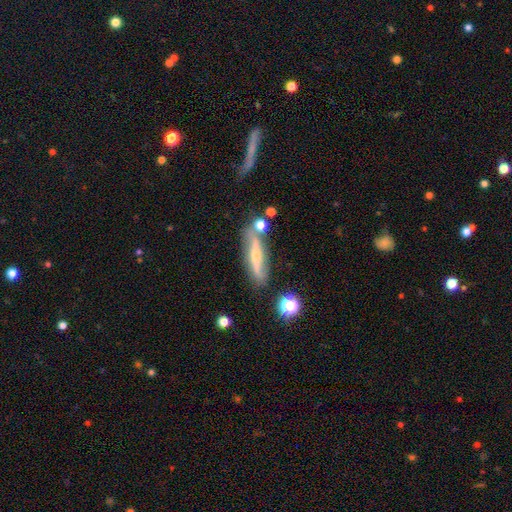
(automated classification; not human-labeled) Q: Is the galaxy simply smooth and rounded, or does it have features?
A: featured or disk — 64%.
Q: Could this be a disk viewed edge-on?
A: yes — 58%.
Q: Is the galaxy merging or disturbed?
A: none — 67%.